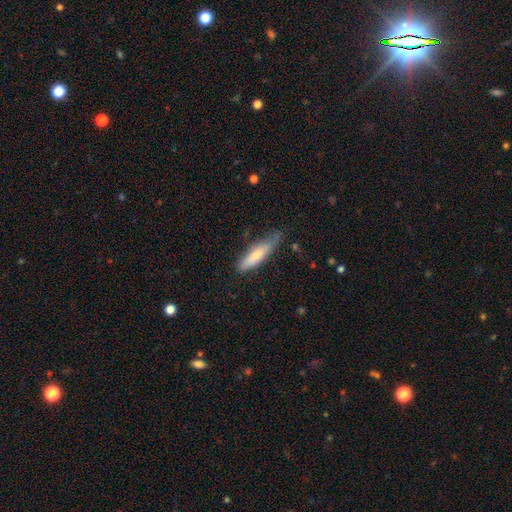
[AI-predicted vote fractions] smooth 72%, featured or disk 22%, star or artifact 6%. Down the decision tree: how rounded — cigar-shaped (74%); merging — none (62%).